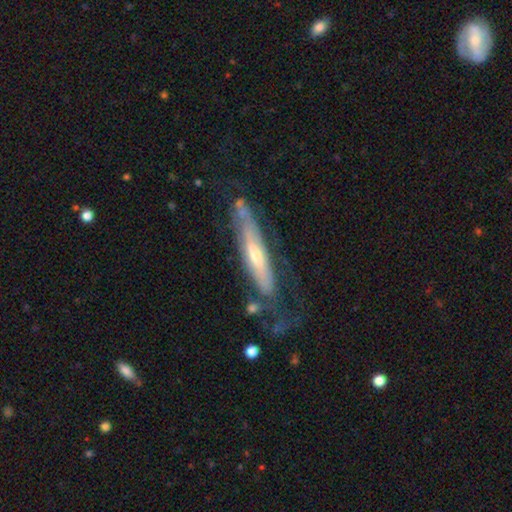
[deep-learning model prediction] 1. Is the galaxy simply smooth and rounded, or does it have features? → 68% featured or disk, 25% smooth, 7% star or artifact.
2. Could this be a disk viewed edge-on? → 63% yes, 37% no.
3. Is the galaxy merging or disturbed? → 50% none, 26% minor disturbance, 19% major disturbance, 5% merger.